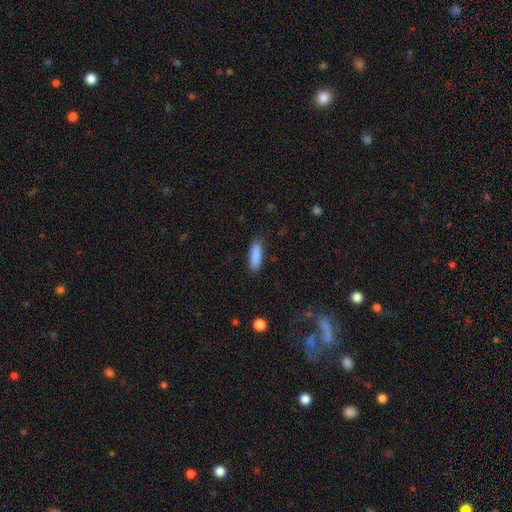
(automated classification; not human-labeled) A smooth galaxy with no disk features (89%) that is in between round and cigar-shaped (51%).

Vote fractions:
- Smooth or featured? smooth: 89% / star or artifact: 6% / featured or disk: 5%
- How rounded? in between: 51% / cigar-shaped: 47% / round: 2%
- Merging? none: 86% / minor disturbance: 10% / major disturbance: 2% / merger: 1%